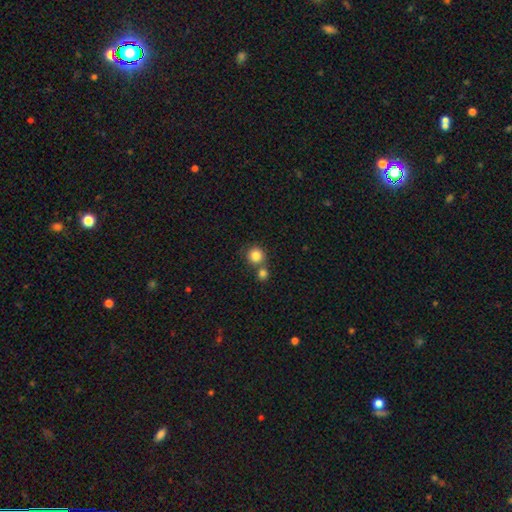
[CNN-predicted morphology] Overall: smooth (83%). How rounded: round (92%). Merging: none (60%; merger 30%).